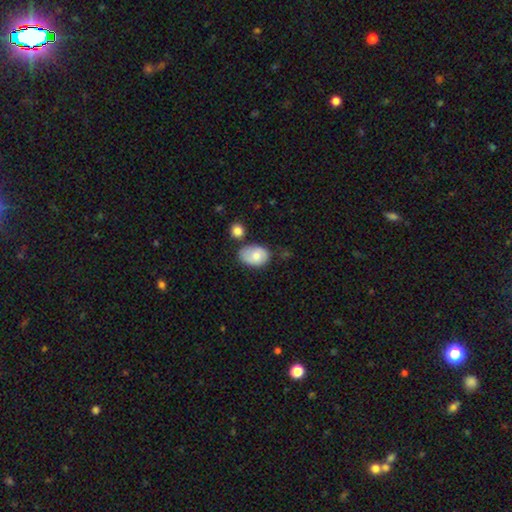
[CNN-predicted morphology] This is likely a smooth galaxy (74%). How rounded: clearly in between (83%). Merging: possibly none (57%).